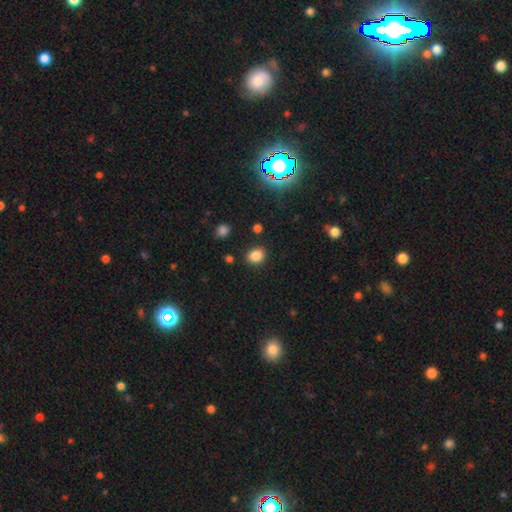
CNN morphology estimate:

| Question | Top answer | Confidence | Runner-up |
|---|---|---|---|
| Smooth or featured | smooth | 85% | star or artifact (12%) |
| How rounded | round | 54% | in between (45%) |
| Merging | none | 81% | minor disturbance (12%) |